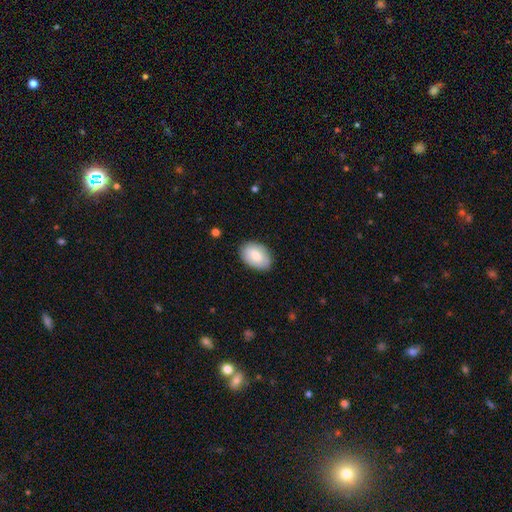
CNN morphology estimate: The model was most divided on "smooth or featured": smooth: 77%, featured or disk: 17%, star or artifact: 6%. More confident: how rounded — in between (88%); merging — none (86%).